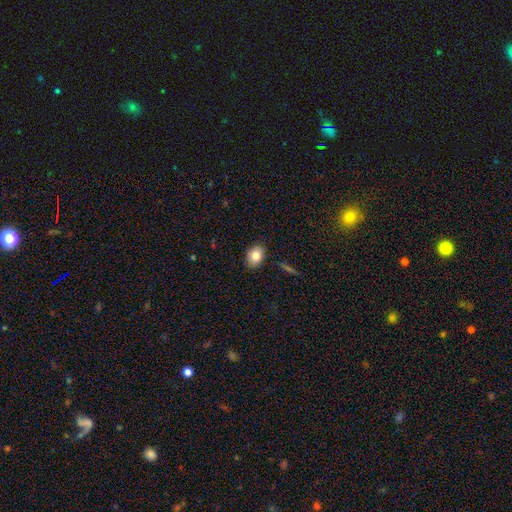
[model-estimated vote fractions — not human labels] Smooth or featured? Predicted: smooth (p=0.81). How rounded? Predicted: in between (p=0.70). Merging? Predicted: none (p=0.87).